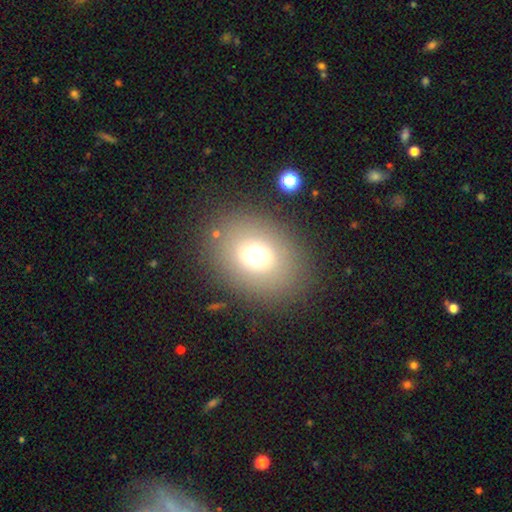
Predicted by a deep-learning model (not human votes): smooth-or-featured: smooth: 69% | star or artifact: 18% | featured or disk: 14%
  how-rounded: in between: 50% | round: 49% | cigar-shaped: 1%
  merging: none: 84% | minor disturbance: 9% | major disturbance: 5% | merger: 3%